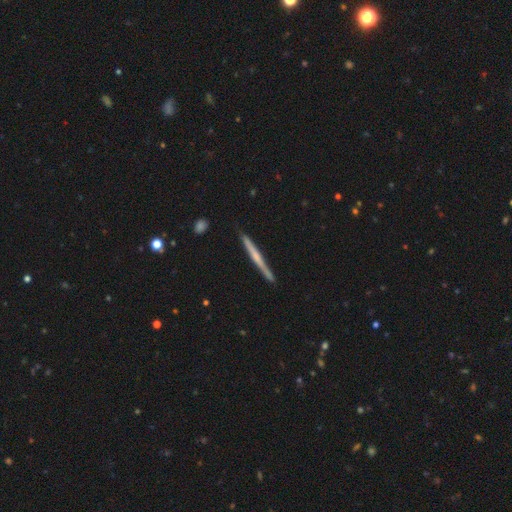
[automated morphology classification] Smooth or featured? featured or disk (57%)
Edge-on disk? yes (98%)
Edge-on bulge? none (57%)
Merging? none (88%)